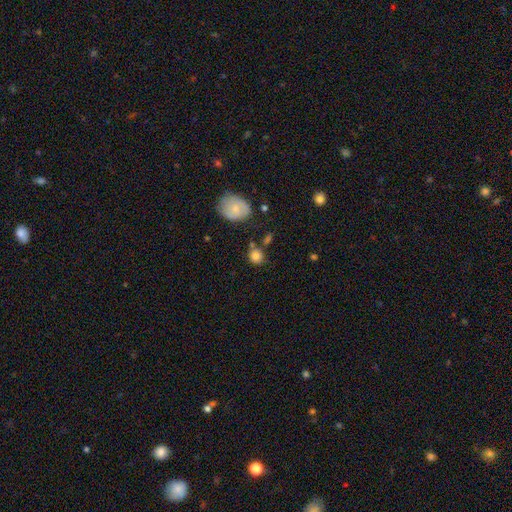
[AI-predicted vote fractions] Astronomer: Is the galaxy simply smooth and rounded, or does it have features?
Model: smooth — 83%.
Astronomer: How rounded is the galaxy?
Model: round — 78%.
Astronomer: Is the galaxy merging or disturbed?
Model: none — 68%.